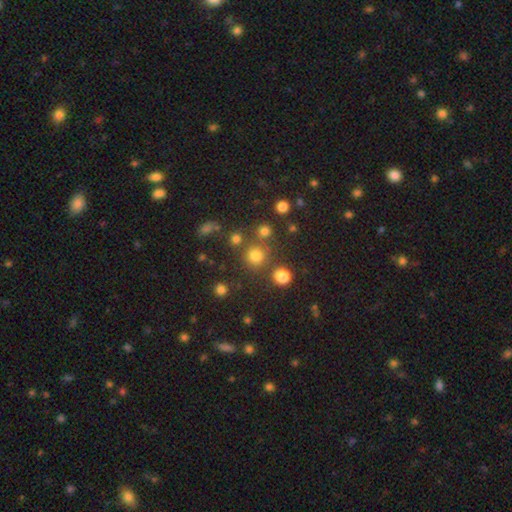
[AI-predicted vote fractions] Q: Smooth or featured?
A: smooth (77%); runner-up: star or artifact (17%)
Q: How rounded?
A: round (92%); runner-up: in between (7%)
Q: Merging?
A: none (78%); runner-up: merger (12%)